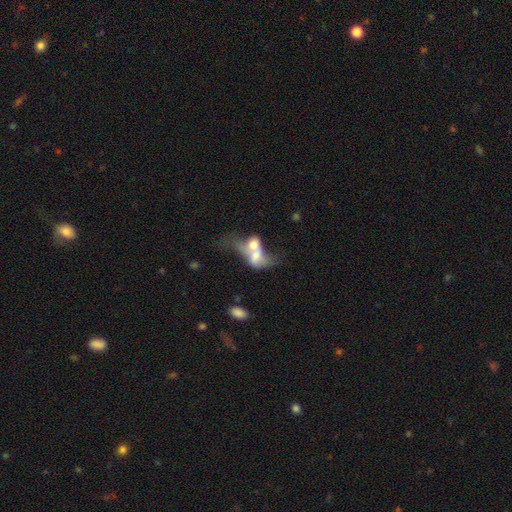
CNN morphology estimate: Overall: smooth (50%; featured or disk 40%). How rounded: in between (73%). Merging: merger (77%).